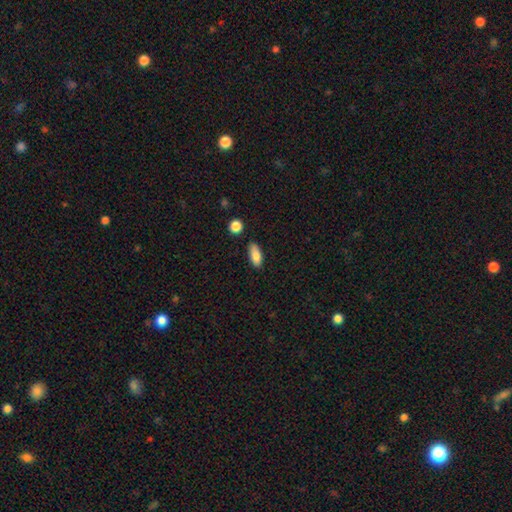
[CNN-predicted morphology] Smooth or featured? Predicted: smooth (p=0.87). How rounded? Predicted: in between (p=0.82). Merging? Predicted: none (p=0.81).